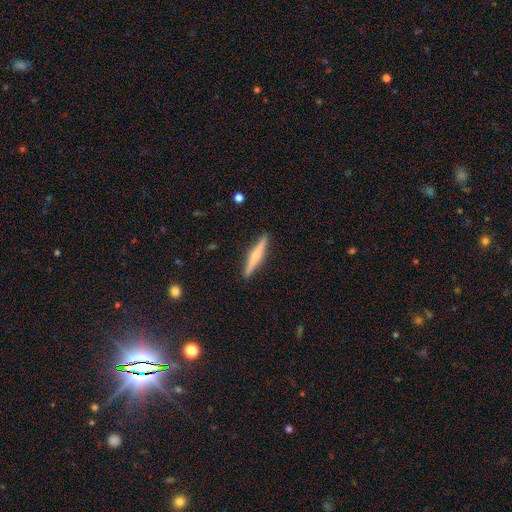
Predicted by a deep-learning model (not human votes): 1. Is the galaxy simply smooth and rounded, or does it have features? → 53% featured or disk, 42% smooth, 6% star or artifact.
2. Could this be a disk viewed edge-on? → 97% yes, 3% no.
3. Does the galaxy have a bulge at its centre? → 71% rounded, 19% none, 10% boxy.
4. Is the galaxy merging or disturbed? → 91% none, 6% minor disturbance, 1% major disturbance, 1% merger.